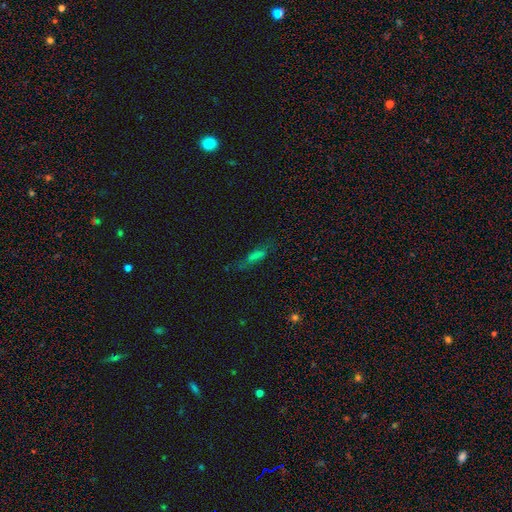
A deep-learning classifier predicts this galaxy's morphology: Q: Smooth or featured?
A: smooth (63%); runner-up: featured or disk (21%)
Q: How rounded?
A: cigar-shaped (56%); runner-up: in between (41%)
Q: Merging?
A: none (55%); runner-up: minor disturbance (27%)